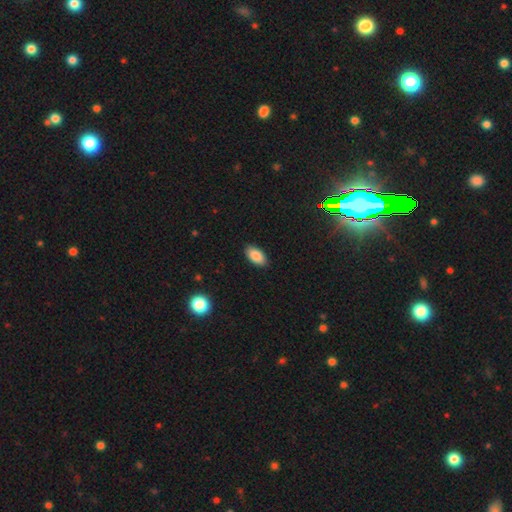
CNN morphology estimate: A smooth galaxy with no disk features (87%) that is in between round and cigar-shaped (94%). Merging: none (89%).